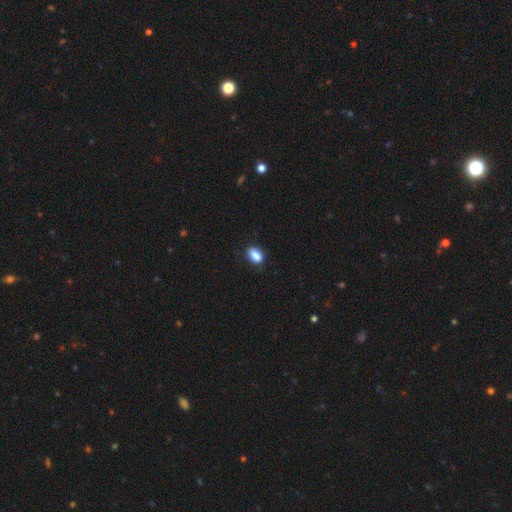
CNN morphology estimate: Smooth or featured? smooth (87%)
How rounded? in between (87%)
Merging? none (80%)